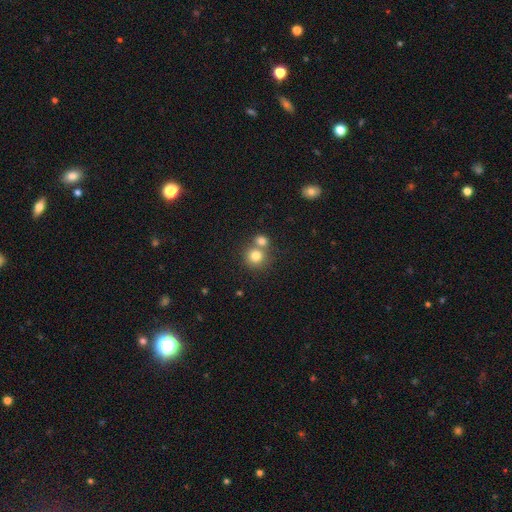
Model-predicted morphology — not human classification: Smooth or featured? Predicted: smooth (p=0.79). How rounded? Predicted: round (p=0.88). Merging? Predicted: none (p=0.50).